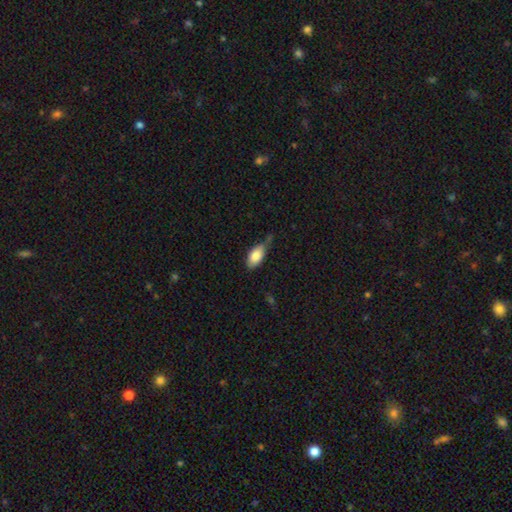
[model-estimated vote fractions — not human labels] smooth_or_featured: smooth (p=0.83) [alt: featured or disk p=0.10]
how_rounded: in between (p=0.92) [alt: cigar-shaped p=0.05]
merging: none (p=0.52) [alt: minor disturbance p=0.34]